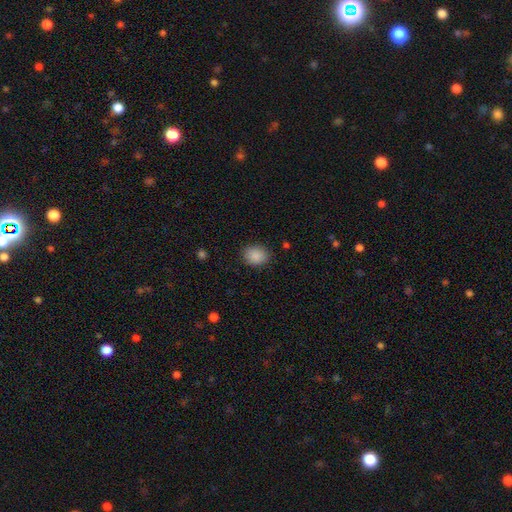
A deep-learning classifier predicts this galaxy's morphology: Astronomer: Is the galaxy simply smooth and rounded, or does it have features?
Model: smooth — 89%.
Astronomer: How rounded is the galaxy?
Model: round — 52% (runner-up: in between, 47%).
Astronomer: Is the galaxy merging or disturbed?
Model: none — 86%.